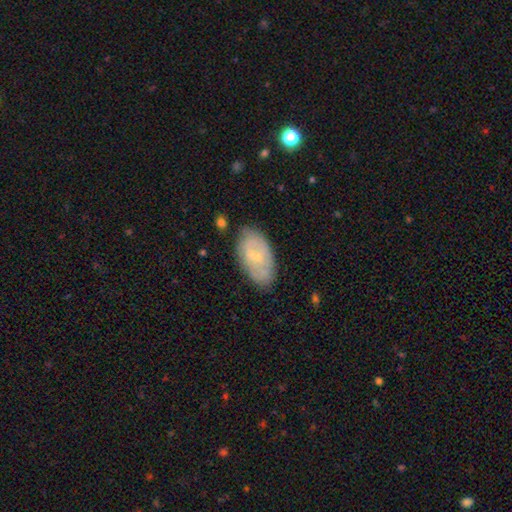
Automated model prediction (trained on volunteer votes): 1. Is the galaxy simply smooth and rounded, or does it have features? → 52% featured or disk, 41% smooth, 6% star or artifact.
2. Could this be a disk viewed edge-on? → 92% no, 8% yes.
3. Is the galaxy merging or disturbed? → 74% none, 19% minor disturbance, 4% major disturbance, 2% merger.